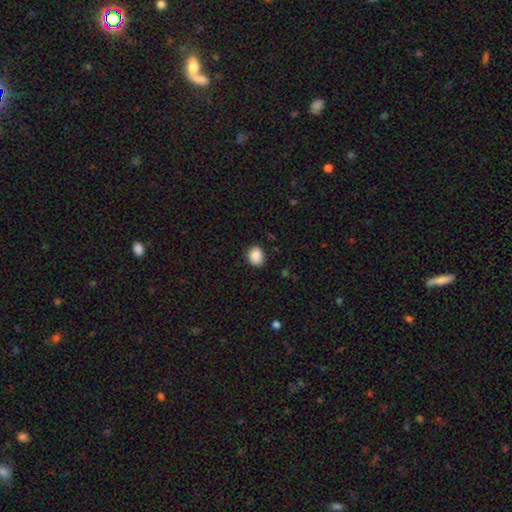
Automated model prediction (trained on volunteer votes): Smooth or featured? smooth (89%)
How rounded? round (56%)
Merging? none (84%)